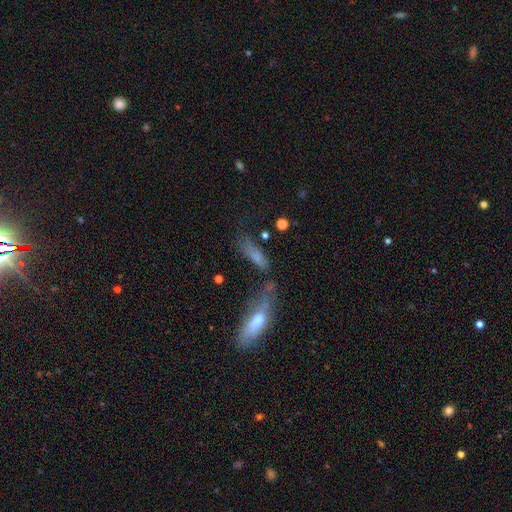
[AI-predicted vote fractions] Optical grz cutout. It shows a smooth galaxy with no disk features (69%) that is cigar-shaped (59%). Merging: none (45%).